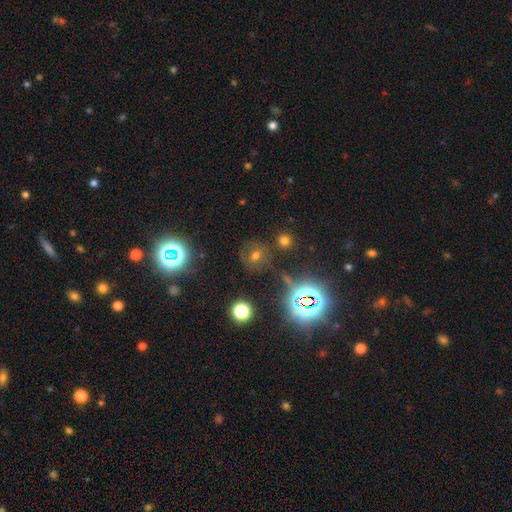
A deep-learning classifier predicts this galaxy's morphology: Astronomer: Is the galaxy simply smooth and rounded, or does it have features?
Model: smooth — 44% (runner-up: star or artifact, 36%).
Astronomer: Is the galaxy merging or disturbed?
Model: none — 71%.